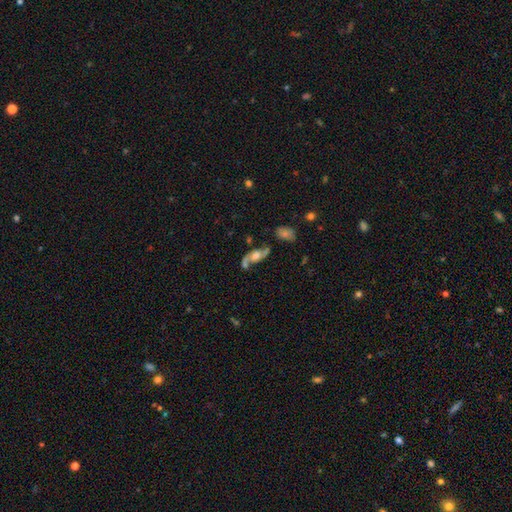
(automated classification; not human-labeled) Smooth or featured?
  - featured or disk: 74% *
  - smooth: 18%
  - star or artifact: 8%
Edge-on disk?
  - no: 88% *
  - yes: 12%
Bar?
  - no: 66% *
  - weak: 26%
  - strong: 8%
Spiral arms?
  - yes: 88% *
  - no: 12%
Spiral winding?
  - loose: 69% *
  - medium: 24%
  - tight: 7%
Spiral arm count?
  - 2: 89% *
  - 1: 5%
  - can't tell: 3%
  - 3: 1%
  - 4: 1%
  - more than 4: 1%
Bulge size?
  - large: 40% *
  - moderate: 35%
  - small: 12%
  - none: 8%
  - dominant: 5%
Merging?
  - none: 52% *
  - minor disturbance: 18%
  - merger: 17%
  - major disturbance: 13%